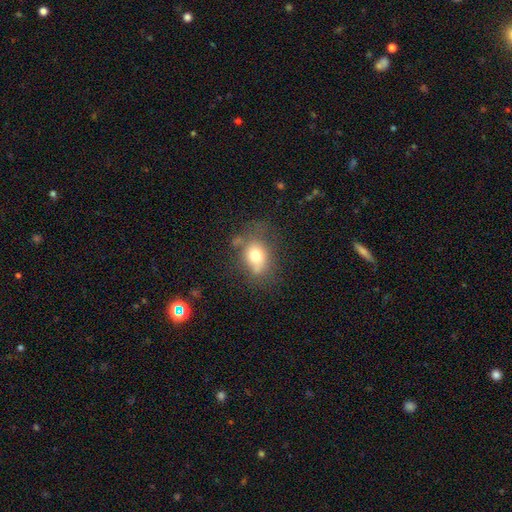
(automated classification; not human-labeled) smooth_or_featured: smooth (p=0.71) [alt: featured or disk p=0.18]
how_rounded: in between (p=0.68) [alt: round p=0.30]
merging: none (p=0.53) [alt: minor disturbance p=0.27]